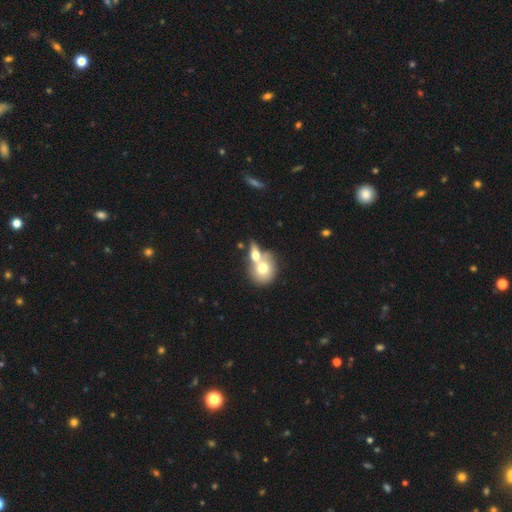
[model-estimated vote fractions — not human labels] Morphology: type=smooth (66%); roundness=round (58%); merging=merger (67%).